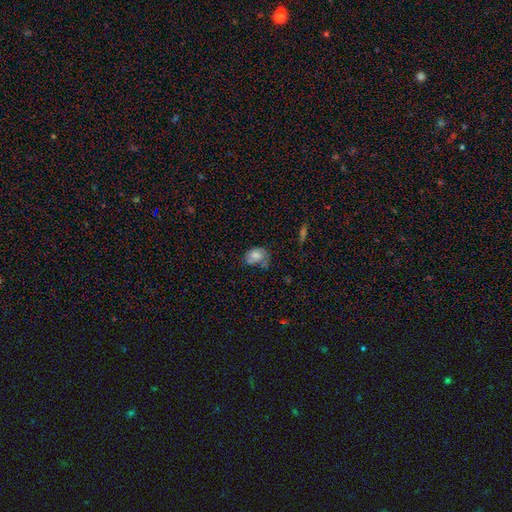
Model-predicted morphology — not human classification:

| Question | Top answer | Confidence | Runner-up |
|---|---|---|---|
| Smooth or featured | smooth | 65% | featured or disk (25%) |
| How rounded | in between | 67% | round (31%) |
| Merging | none | 38% | minor disturbance (33%) |